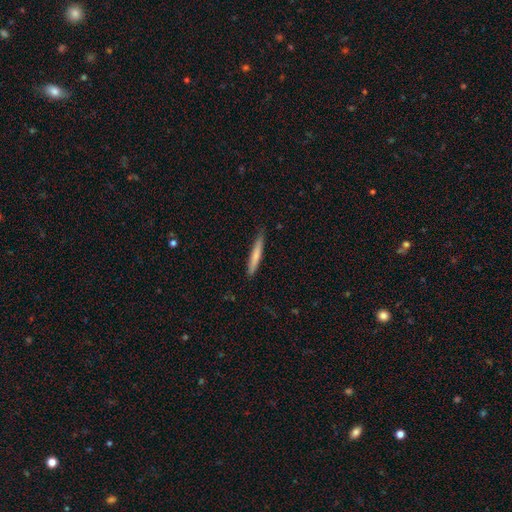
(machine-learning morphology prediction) Smooth or featured? Predicted: smooth (p=0.71). How rounded? Predicted: cigar-shaped (p=0.95). Merging? Predicted: none (p=0.82).